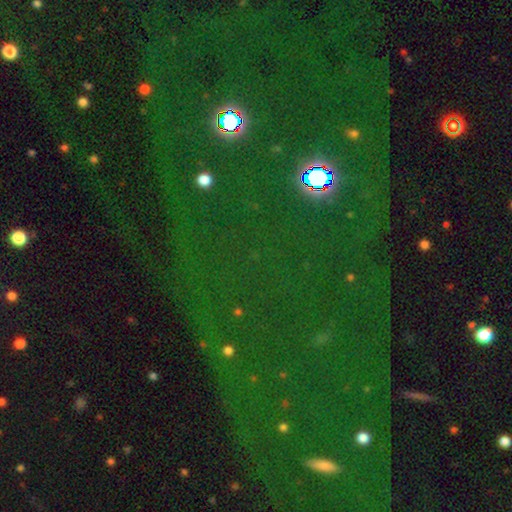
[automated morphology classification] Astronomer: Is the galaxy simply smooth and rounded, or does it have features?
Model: star or artifact — 78%.